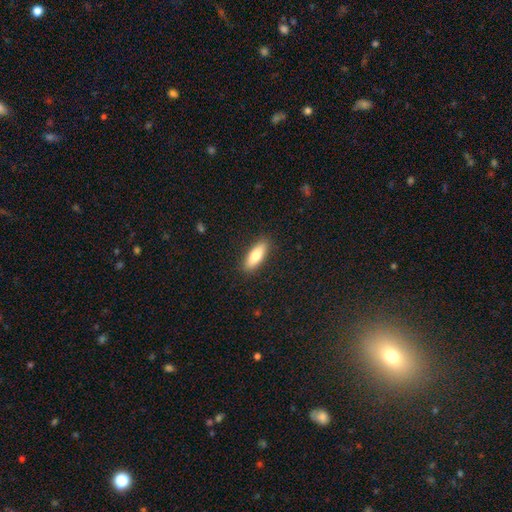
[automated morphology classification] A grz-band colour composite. It shows a smooth galaxy with no disk features (77%) that is in between round and cigar-shaped (59%). Merging: none (89%).